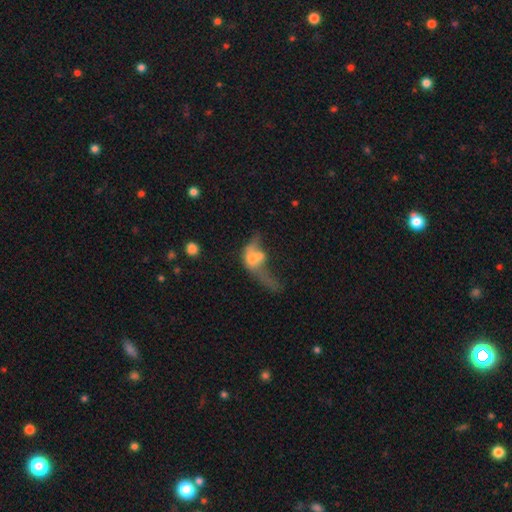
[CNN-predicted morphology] This appears to be a smooth galaxy with no disk features (46%). Merging: merger (42%).